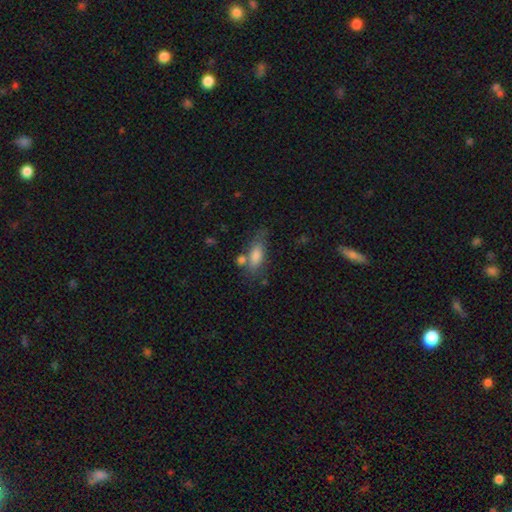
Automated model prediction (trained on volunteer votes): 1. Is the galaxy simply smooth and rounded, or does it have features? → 76% smooth, 16% featured or disk, 8% star or artifact.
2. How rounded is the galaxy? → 69% in between, 27% cigar-shaped, 3% round.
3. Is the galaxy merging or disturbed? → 56% none, 21% minor disturbance, 15% merger, 8% major disturbance.